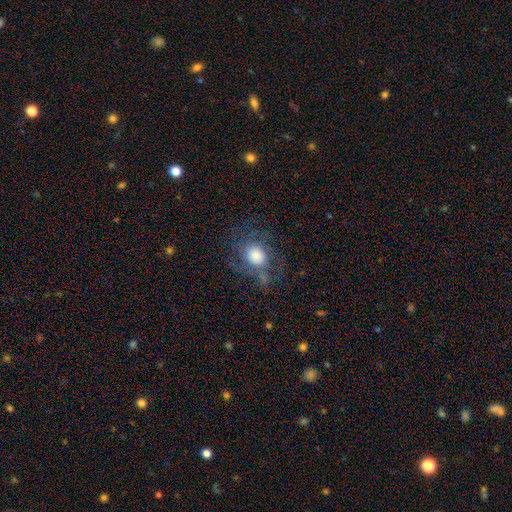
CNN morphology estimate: type=featured or disk (46%); merging=none (56%).